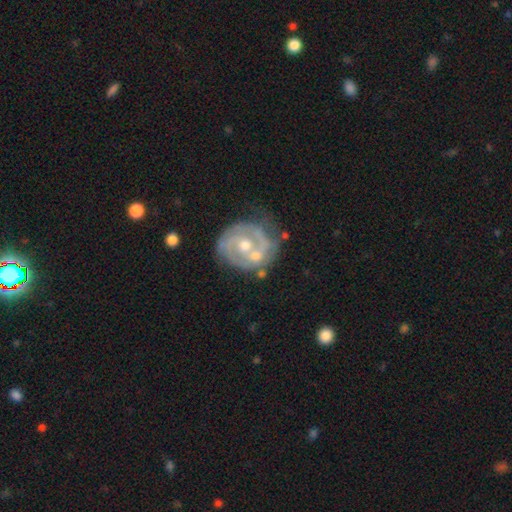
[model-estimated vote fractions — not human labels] This is likely a featured or disk galaxy (74%). It is clearly not viewed edge-on (97%). Bar: likely no (72%). Spiral arm pattern: likely yes (68%). Central bulge: likely moderate (69%). Merging: possibly none (46%).